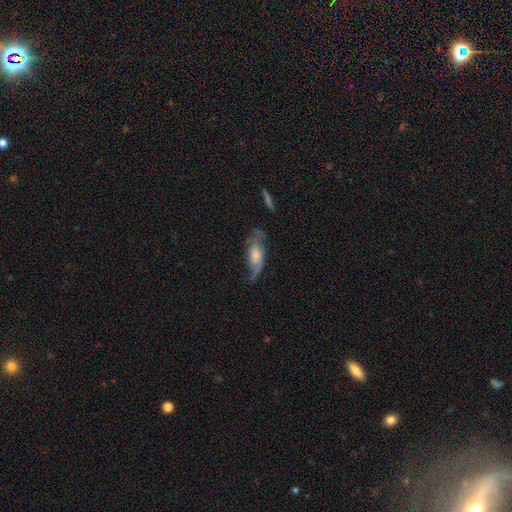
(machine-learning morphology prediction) type=featured or disk (55%); edge-on=no (83%); merging=none (48%).